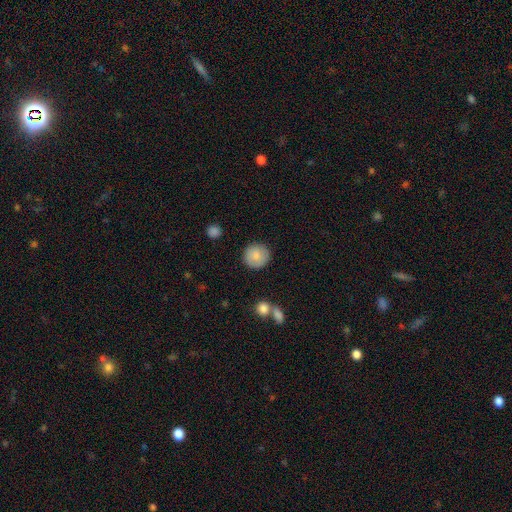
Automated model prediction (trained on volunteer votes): smooth-or-featured: smooth: 83% | featured or disk: 10% | star or artifact: 7%
  how-rounded: round: 93% | in between: 6% | cigar-shaped: 1%
  merging: none: 88% | minor disturbance: 8% | major disturbance: 2% | merger: 2%